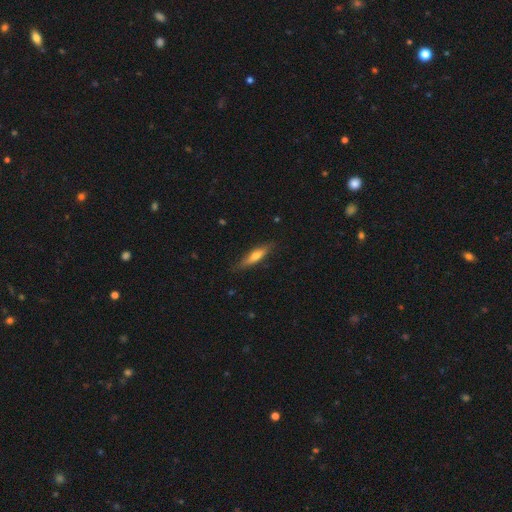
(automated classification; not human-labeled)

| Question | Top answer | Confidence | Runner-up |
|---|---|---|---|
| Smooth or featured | smooth | 57% | featured or disk (37%) |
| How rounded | cigar-shaped | 76% | in between (22%) |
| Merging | none | 82% | minor disturbance (14%) |